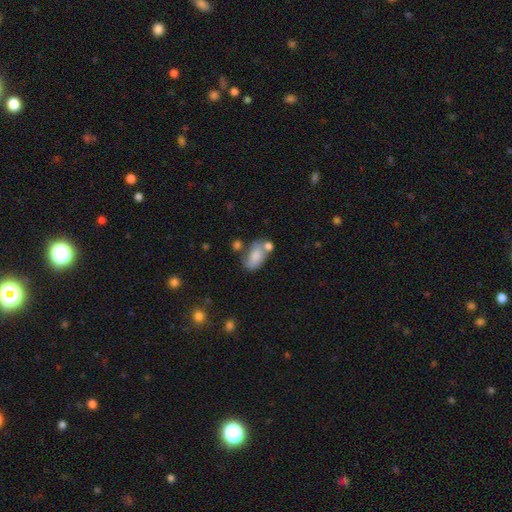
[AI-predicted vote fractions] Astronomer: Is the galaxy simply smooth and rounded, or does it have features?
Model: smooth — 70%.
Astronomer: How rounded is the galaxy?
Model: in between — 90%.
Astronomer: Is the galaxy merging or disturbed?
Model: none — 37% (runner-up: merger, 29%).